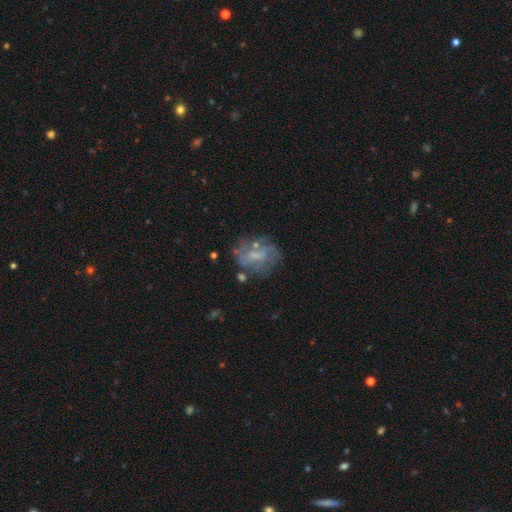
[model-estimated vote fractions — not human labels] This appears to be a featured or disk galaxy (60%) with a weak bar (44%, tied with no), spiral arms (51%) and a small central bulge (40%). Merging: none (55%).